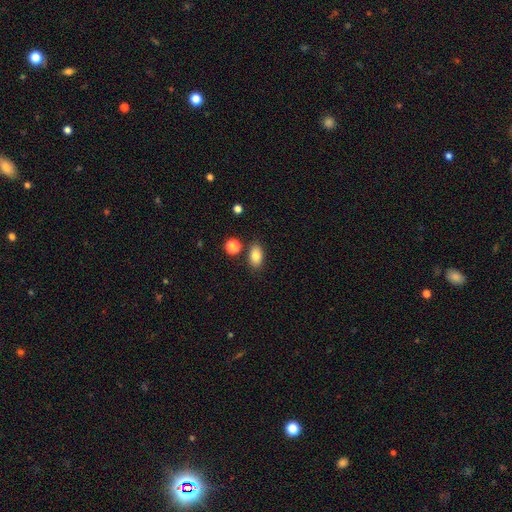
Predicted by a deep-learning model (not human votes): Smooth or featured?
  - smooth: 82% *
  - star or artifact: 9%
  - featured or disk: 9%
How rounded?
  - in between: 87% *
  - round: 10%
  - cigar-shaped: 3%
Merging?
  - none: 81% *
  - minor disturbance: 11%
  - merger: 6%
  - major disturbance: 3%